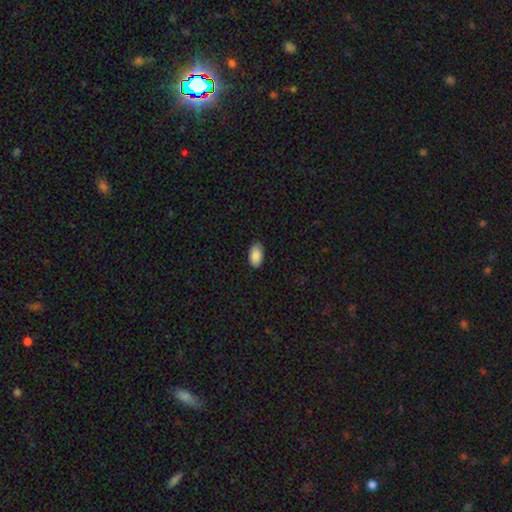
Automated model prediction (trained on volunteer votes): Smooth or featured: smooth — 90% (star or artifact — 7%)
How rounded: in between — 95% (round — 3%)
Merging: none — 86% (minor disturbance — 11%)